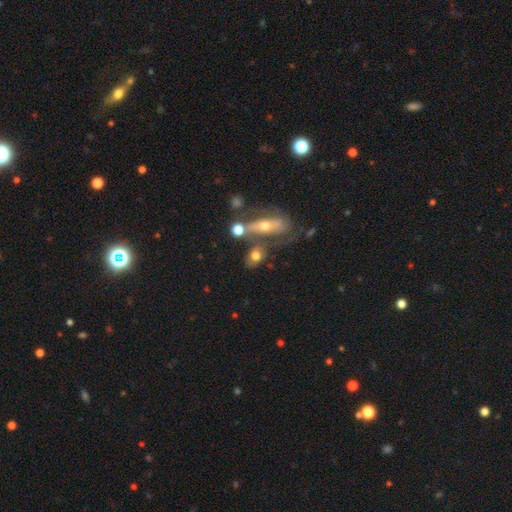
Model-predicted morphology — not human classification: A smooth galaxy with no disk features (58%) that is in between round and cigar-shaped (60%).

Vote fractions:
- Smooth or featured? smooth: 58% / featured or disk: 31% / star or artifact: 11%
- How rounded? in between: 60% / round: 34% / cigar-shaped: 6%
- Merging? none: 42% / merger: 33% / minor disturbance: 15% / major disturbance: 10%